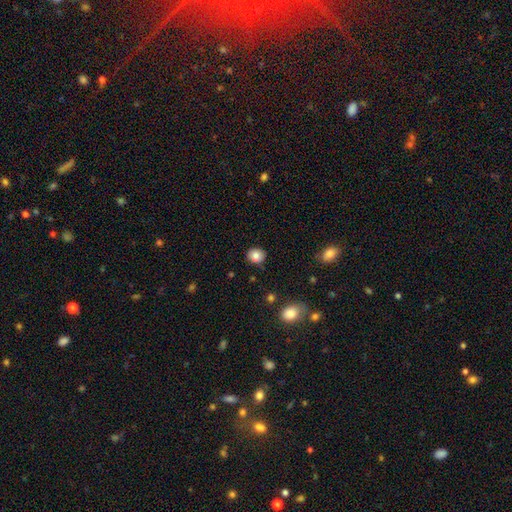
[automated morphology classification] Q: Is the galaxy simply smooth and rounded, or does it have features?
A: smooth — 83%.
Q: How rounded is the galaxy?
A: round — 80%.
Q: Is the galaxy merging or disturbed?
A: none — 85%.